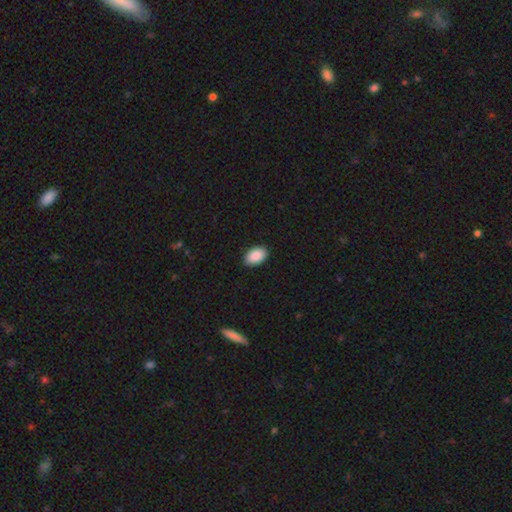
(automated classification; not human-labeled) Smooth or featured? smooth (90%)
How rounded? in between (92%)
Merging? none (88%)